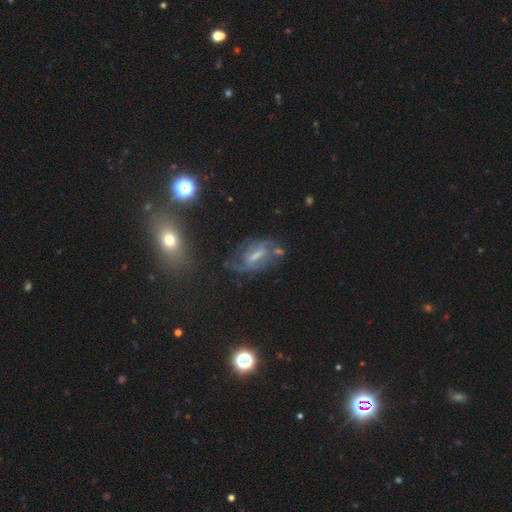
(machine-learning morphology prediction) Q: Smooth or featured?
A: featured or disk (69%); runner-up: smooth (19%)
Q: Edge-on disk?
A: no (91%); runner-up: yes (9%)
Q: Bar?
A: weak (46%); runner-up: strong (34%)
Q: Spiral arms?
A: yes (77%); runner-up: no (23%)
Q: Bulge size?
A: moderate (37%); runner-up: small (33%)
Q: Merging?
A: none (51%); runner-up: minor disturbance (24%)